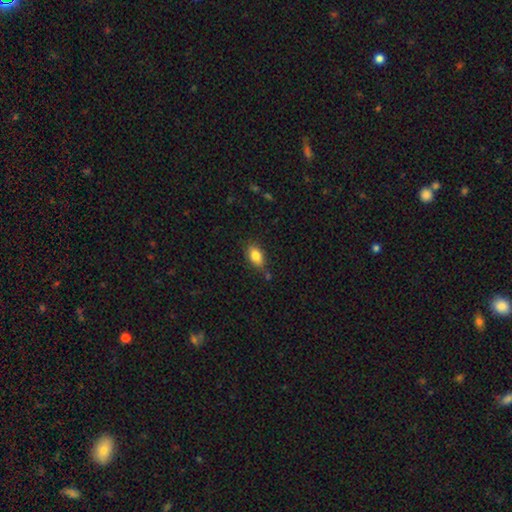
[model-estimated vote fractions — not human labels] A smooth galaxy with no disk features (84%) that is in between round and cigar-shaped (88%).

Vote fractions:
- Smooth or featured? smooth: 84% / featured or disk: 8% / star or artifact: 8%
- How rounded? in between: 88% / round: 7% / cigar-shaped: 5%
- Merging? none: 76% / minor disturbance: 16% / merger: 5% / major disturbance: 3%